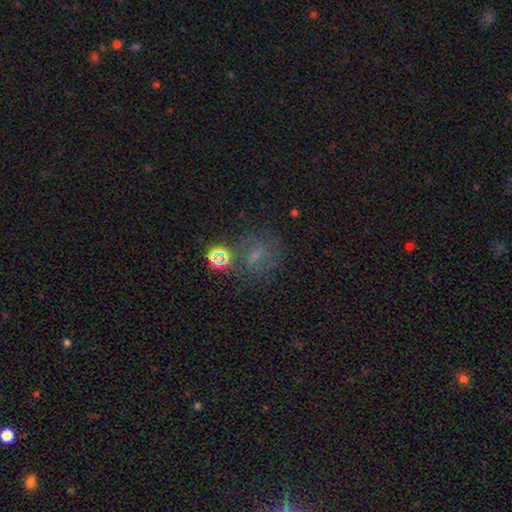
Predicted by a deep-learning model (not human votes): This is marginally a smooth galaxy (41%). Merging: possibly none (57%).